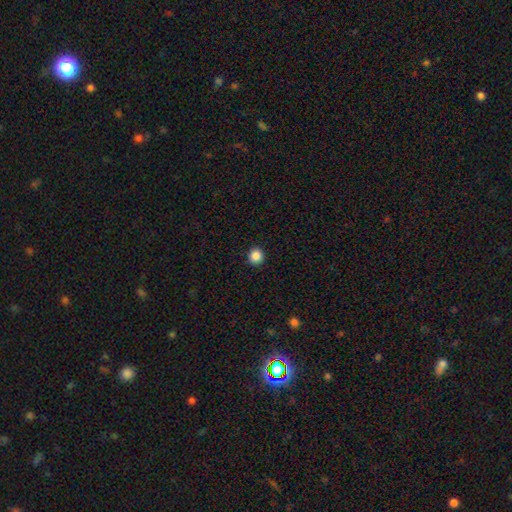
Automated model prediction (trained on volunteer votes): Morphology: type=smooth (86%); roundness=round (94%); merging=none (93%).